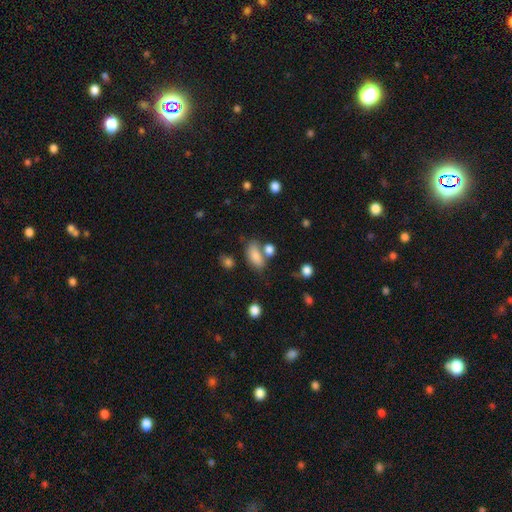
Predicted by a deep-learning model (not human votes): The model was most divided on "merging": none: 50%, merger: 26%, minor disturbance: 17%, major disturbance: 8%. More confident: how rounded — in between (86%); smooth or featured — smooth (81%).